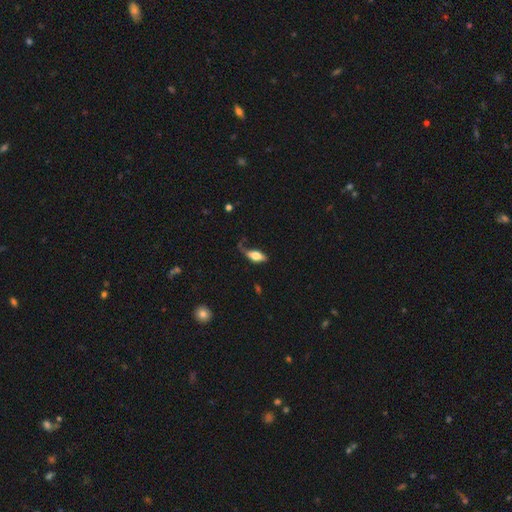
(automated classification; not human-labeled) Q: Smooth or featured?
A: smooth (64%); runner-up: featured or disk (29%)
Q: How rounded?
A: in between (79%); runner-up: cigar-shaped (16%)
Q: Merging?
A: none (37%); runner-up: minor disturbance (32%)